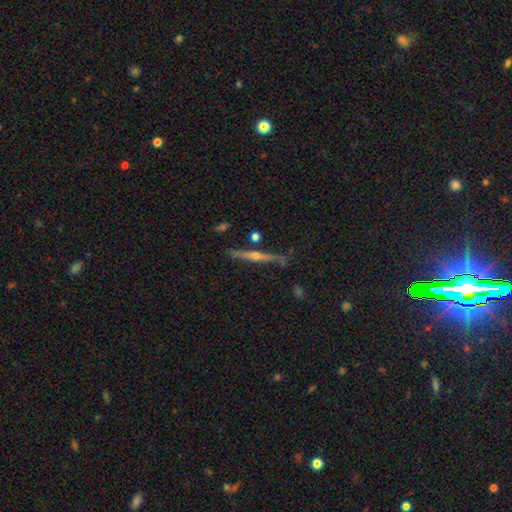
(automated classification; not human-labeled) Q: Smooth or featured?
A: featured or disk (80%); runner-up: smooth (13%)
Q: Edge-on disk?
A: yes (98%); runner-up: no (2%)
Q: Edge-on bulge?
A: rounded (90%); runner-up: none (7%)
Q: Merging?
A: none (84%); runner-up: minor disturbance (11%)